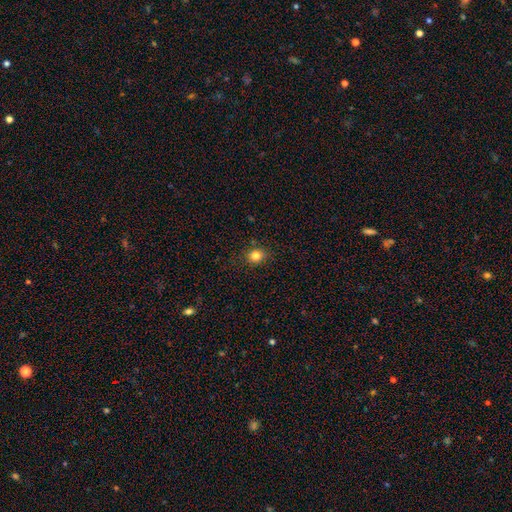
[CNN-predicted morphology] Overall: smooth (82%). How rounded: round (72%). Merging: none (87%).